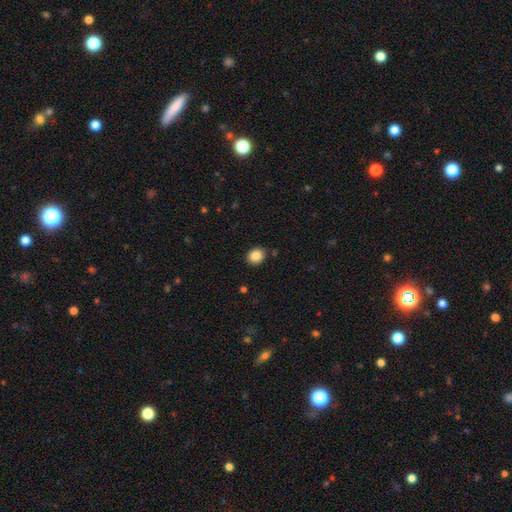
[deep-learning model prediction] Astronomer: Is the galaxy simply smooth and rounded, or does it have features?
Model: smooth — 86%.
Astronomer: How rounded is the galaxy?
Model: round — 72%.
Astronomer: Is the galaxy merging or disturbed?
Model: none — 87%.